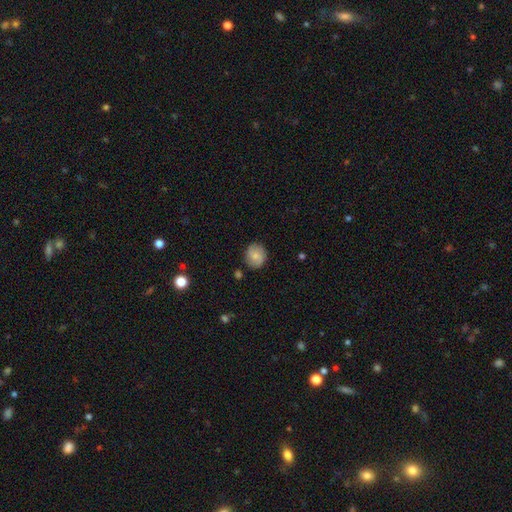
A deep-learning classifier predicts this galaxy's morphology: Smooth or featured? Predicted: smooth (p=0.71). How rounded? Predicted: round (p=0.82). Merging? Predicted: none (p=0.83).